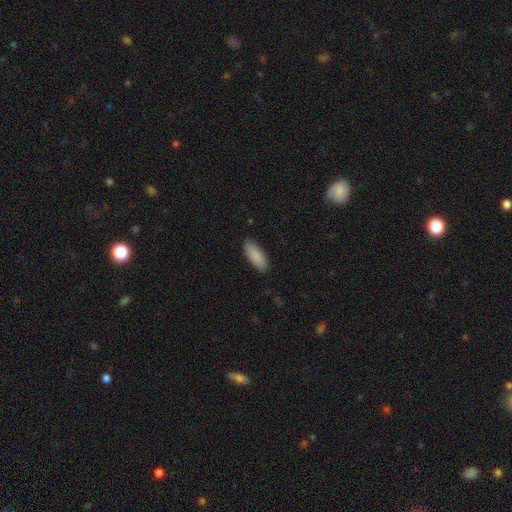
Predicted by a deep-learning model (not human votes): Smooth or featured? smooth (89%)
How rounded? in between (77%)
Merging? none (86%)